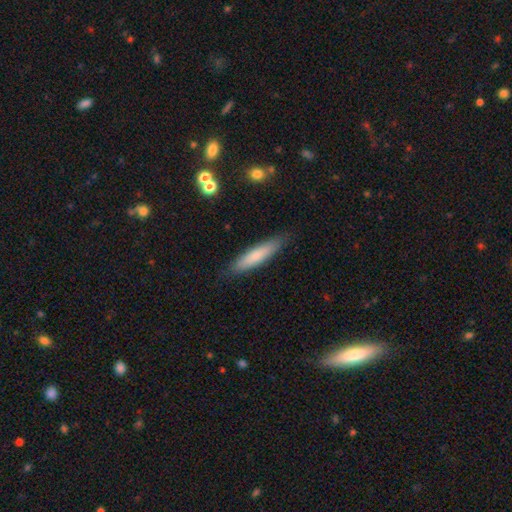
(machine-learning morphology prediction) smooth 77%, featured or disk 17%, star or artifact 6%. Down the decision tree: how rounded — cigar-shaped (85%); merging — none (86%).